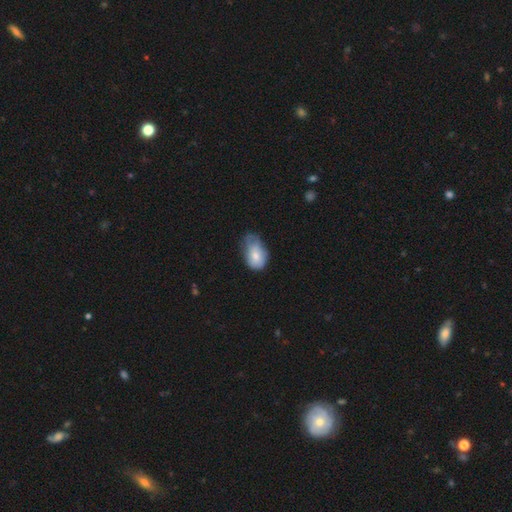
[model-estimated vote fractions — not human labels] Smooth or featured? Predicted: smooth (p=0.75). How rounded? Predicted: in between (p=0.86). Merging? Predicted: minor disturbance (p=0.49).